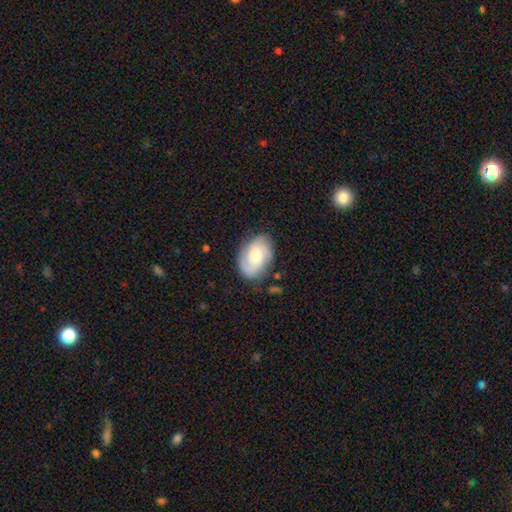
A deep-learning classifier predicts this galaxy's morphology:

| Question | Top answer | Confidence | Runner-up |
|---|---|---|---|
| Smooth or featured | featured or disk | 60% | smooth (33%) |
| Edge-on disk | no | 97% | yes (3%) |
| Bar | no | 70% | weak (26%) |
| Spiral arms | yes | 91% | no (9%) |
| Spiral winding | tight | 46% | medium (39%) |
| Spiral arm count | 2 | 50% | can't tell (23%) |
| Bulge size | moderate | 51% | small (34%) |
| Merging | none | 76% | minor disturbance (17%) |